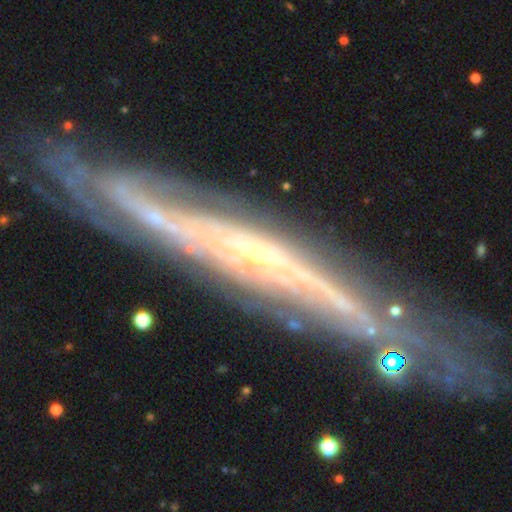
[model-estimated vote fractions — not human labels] A featured or disk galaxy (80%) viewed edge-on (69%) with no central bulge (65%). Merging: none (69%).